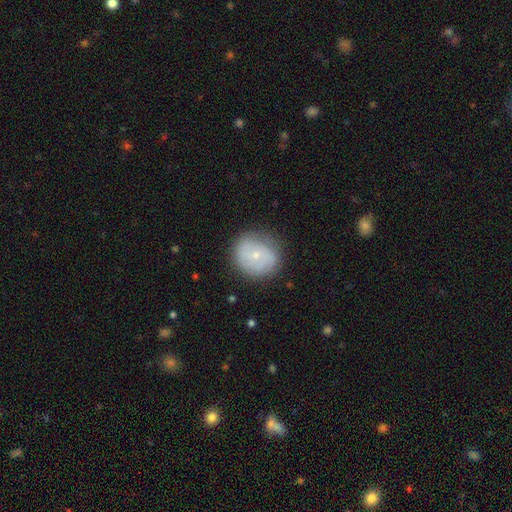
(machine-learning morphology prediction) smooth_or_featured: smooth (p=0.48) [alt: featured or disk p=0.44]
merging: none (p=0.77) [alt: minor disturbance p=0.17]